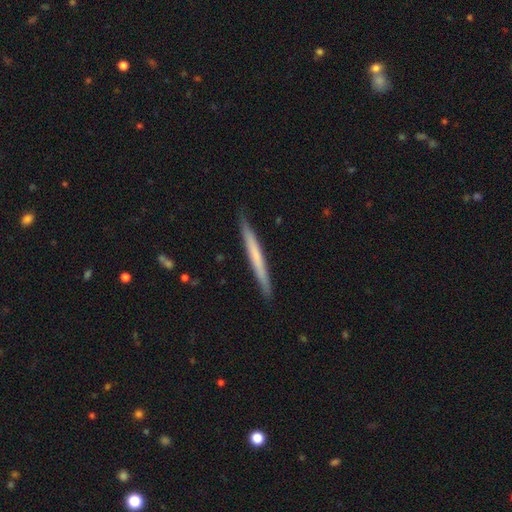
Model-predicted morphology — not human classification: Smooth or featured? Predicted: smooth (p=0.54). How rounded? Predicted: cigar-shaped (p=0.97). Merging? Predicted: none (p=0.90).